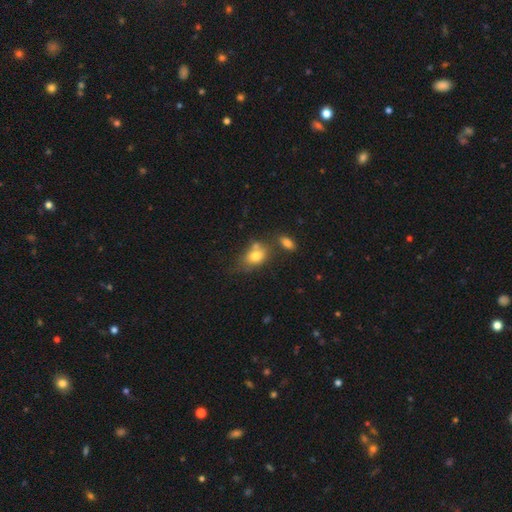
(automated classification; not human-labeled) The model was most divided on "merging": none: 44%, merger: 28%, minor disturbance: 21%, major disturbance: 8%. More confident: smooth or featured — smooth (77%); how rounded — in between (76%).